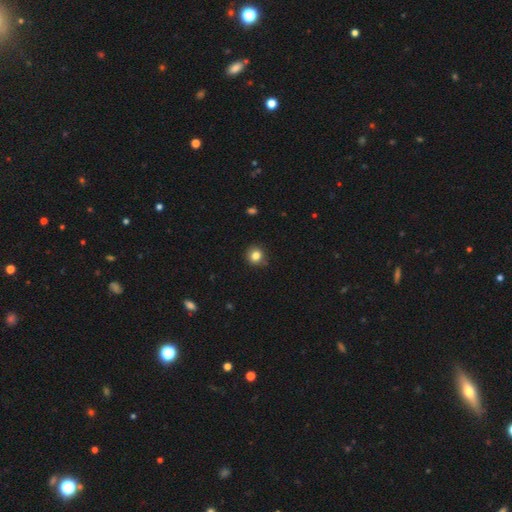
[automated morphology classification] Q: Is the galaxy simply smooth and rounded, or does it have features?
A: smooth — 83%.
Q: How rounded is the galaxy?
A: round — 90%.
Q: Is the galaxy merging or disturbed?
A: none — 87%.